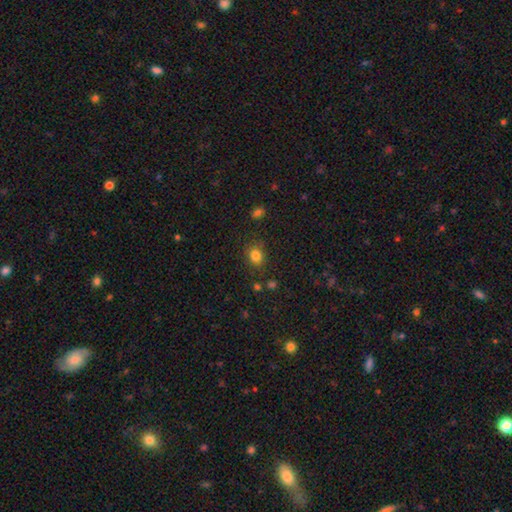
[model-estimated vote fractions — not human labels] Q: Smooth or featured?
A: smooth (82%); runner-up: star or artifact (12%)
Q: How rounded?
A: round (63%); runner-up: in between (36%)
Q: Merging?
A: none (80%); runner-up: minor disturbance (13%)